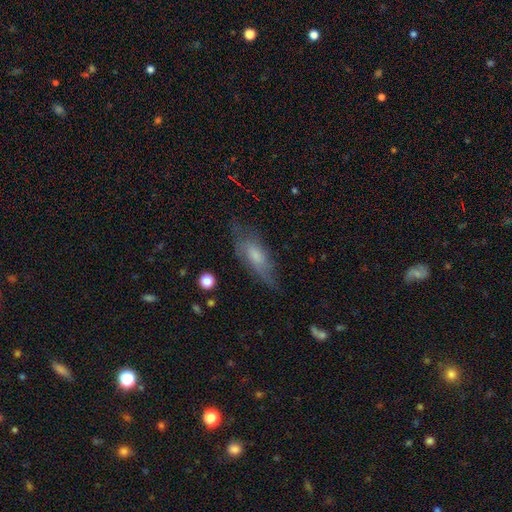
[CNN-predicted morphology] smooth_or_featured: smooth (p=0.55) [alt: featured or disk p=0.37]
how_rounded: in between (p=0.62) [alt: cigar-shaped p=0.35]
merging: none (p=0.57) [alt: minor disturbance p=0.27]